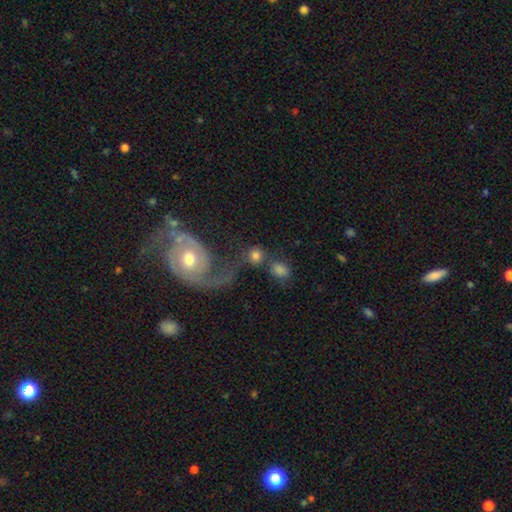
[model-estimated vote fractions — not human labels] Q: Smooth or featured?
A: smooth (70%); runner-up: featured or disk (21%)
Q: How rounded?
A: round (81%); runner-up: in between (17%)
Q: Merging?
A: none (46%); runner-up: merger (30%)